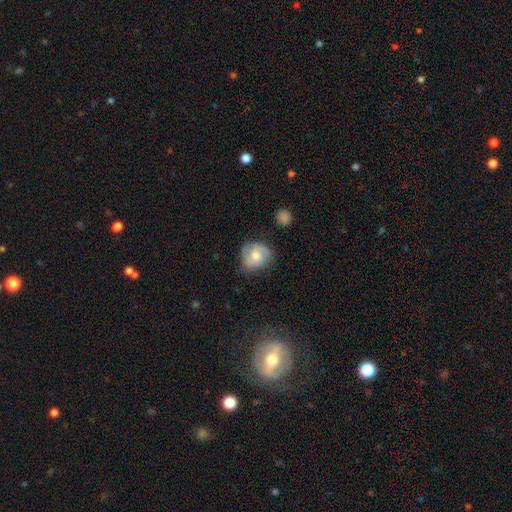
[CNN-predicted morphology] A featured or disk galaxy (66%) with no bar (65%), 2 (70%) medium (44%) spiral arms (92%) and a moderate central bulge (65%).

Vote fractions:
- Smooth or featured? featured or disk: 66% / smooth: 28% / star or artifact: 7%
- Edge-on disk? no: 97% / yes: 3%
- Bar? no: 65% / weak: 30% / strong: 5%
- Spiral arms? yes: 92% / no: 8%
- Spiral winding? medium: 44% / tight: 43% / loose: 14%
- Spiral arm count? 2: 70% / can't tell: 12% / 3: 11% / 1: 4% / 4: 2% / more than 4: 2%
- Bulge size? moderate: 65% / small: 21% / large: 10% / none: 3% / dominant: 1%
- Merging? none: 68% / minor disturbance: 23% / major disturbance: 8% / merger: 2%